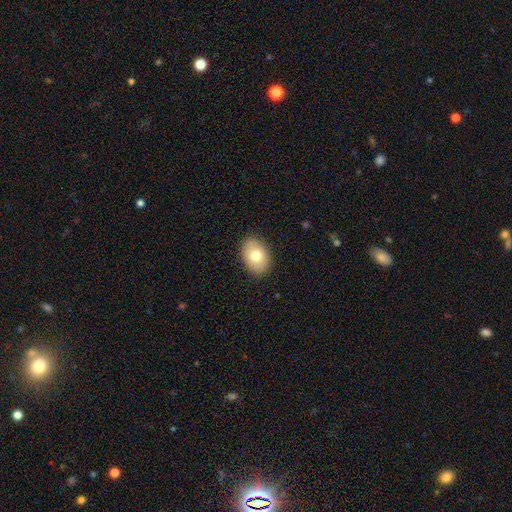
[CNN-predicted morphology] The model was most divided on "smooth or featured": smooth: 75%, featured or disk: 18%, star or artifact: 7%. More confident: merging — none (87%); how rounded — in between (82%).